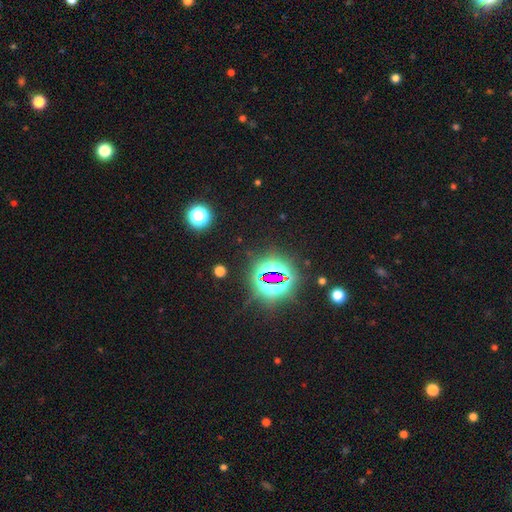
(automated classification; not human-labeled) smooth-or-featured: star or artifact: 84% | smooth: 9% | featured or disk: 7%